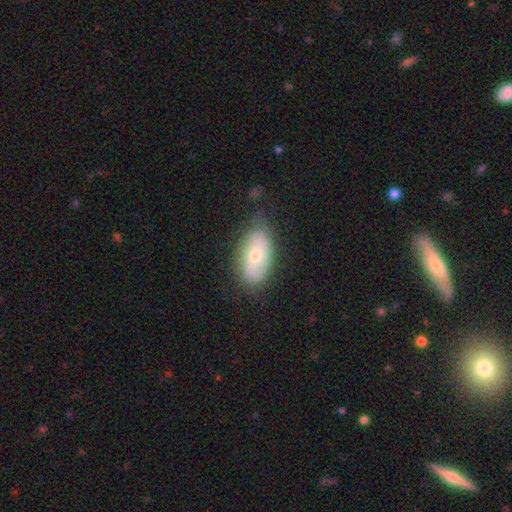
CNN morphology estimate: smooth_or_featured: smooth (p=0.59) [alt: featured or disk p=0.33]
how_rounded: in between (p=0.91) [alt: round p=0.05]
merging: none (p=0.70) [alt: minor disturbance p=0.23]